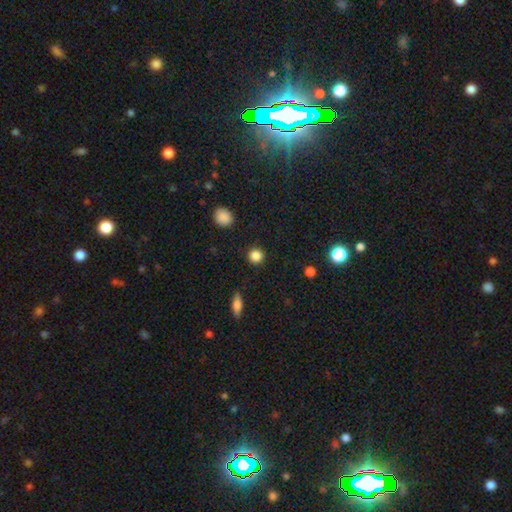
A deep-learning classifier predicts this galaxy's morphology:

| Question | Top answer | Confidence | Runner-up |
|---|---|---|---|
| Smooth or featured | smooth | 85% | star or artifact (11%) |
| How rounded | round | 92% | in between (6%) |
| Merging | none | 91% | minor disturbance (6%) |